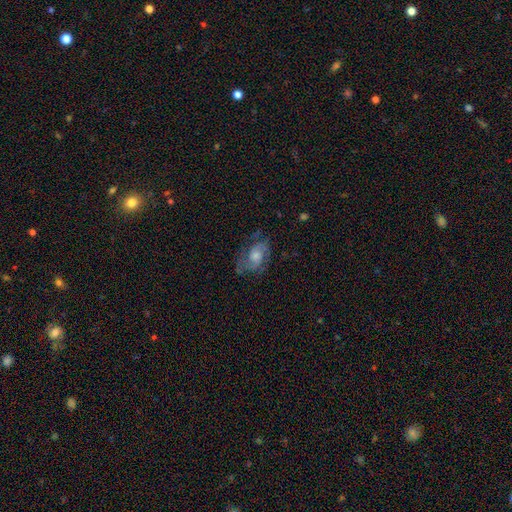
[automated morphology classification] Smooth or featured?
  - featured or disk: 74% *
  - smooth: 16%
  - star or artifact: 10%
Edge-on disk?
  - no: 96% *
  - yes: 4%
Bar?
  - no: 62% *
  - weak: 32%
  - strong: 6%
Spiral arms?
  - yes: 92% *
  - no: 8%
Spiral winding?
  - medium: 49% *
  - tight: 36%
  - loose: 15%
Spiral arm count?
  - 2: 67% *
  - can't tell: 16%
  - 3: 9%
  - 1: 3%
  - 4: 3%
  - more than 4: 2%
Bulge size?
  - moderate: 52% *
  - small: 26%
  - large: 15%
  - none: 7%
  - dominant: 2%
Merging?
  - none: 72% *
  - minor disturbance: 18%
  - major disturbance: 9%
  - merger: 1%